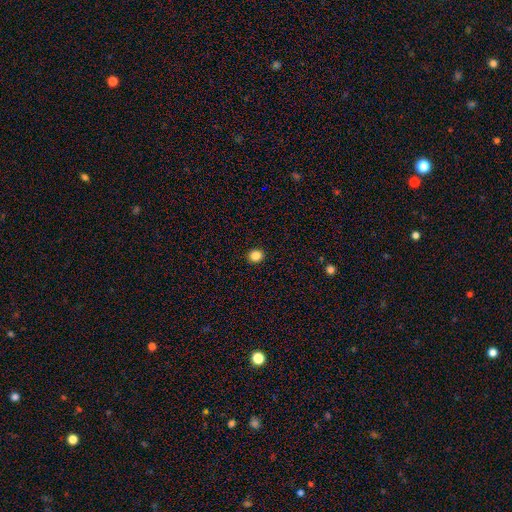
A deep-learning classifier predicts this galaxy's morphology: Smooth or featured? Predicted: smooth (p=0.86). How rounded? Predicted: round (p=0.80). Merging? Predicted: none (p=0.93).